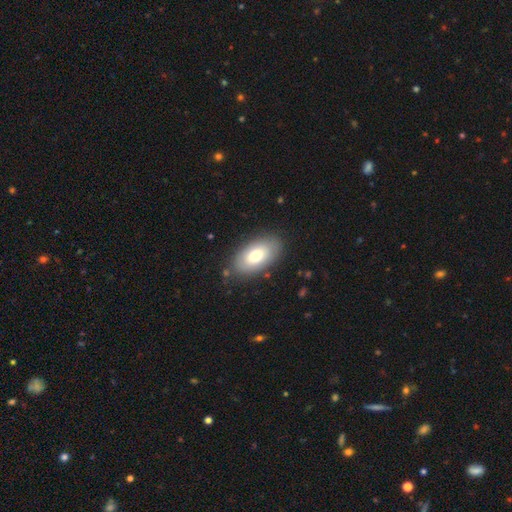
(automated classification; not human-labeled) A smooth galaxy with no disk features (73%) that is in between round and cigar-shaped (93%).

Vote fractions:
- Smooth or featured? smooth: 73% / featured or disk: 20% / star or artifact: 7%
- How rounded? in between: 93% / round: 4% / cigar-shaped: 2%
- Merging? none: 84% / minor disturbance: 11% / major disturbance: 3% / merger: 2%